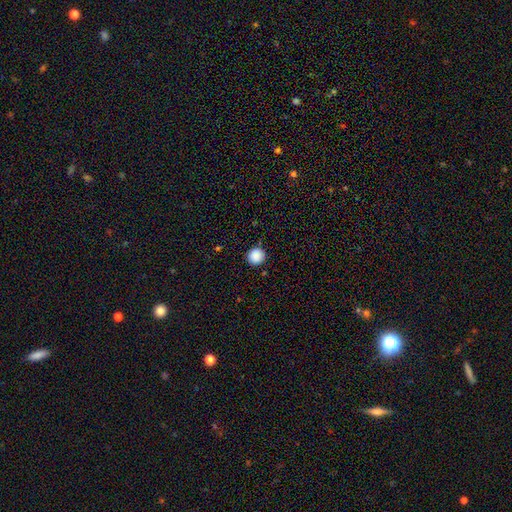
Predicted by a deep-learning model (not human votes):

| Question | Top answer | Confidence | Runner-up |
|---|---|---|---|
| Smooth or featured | smooth | 88% | star or artifact (9%) |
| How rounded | round | 95% | in between (4%) |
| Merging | none | 90% | minor disturbance (6%) |